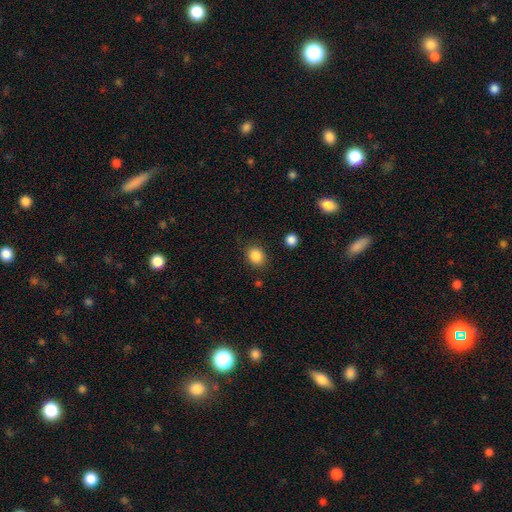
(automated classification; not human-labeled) The model was most divided on "how rounded": round: 58%, in between: 41%, cigar-shaped: 1%. More confident: smooth or featured — smooth (86%); merging — none (84%).